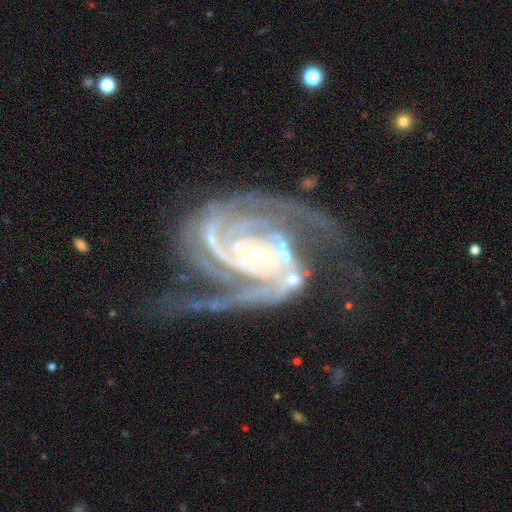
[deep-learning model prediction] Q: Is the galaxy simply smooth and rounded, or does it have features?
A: featured or disk — 93%.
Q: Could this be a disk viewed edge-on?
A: no — 98%.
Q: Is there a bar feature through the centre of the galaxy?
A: no — 44%.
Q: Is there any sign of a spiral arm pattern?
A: yes — 99%.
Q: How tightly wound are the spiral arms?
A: tight — 58%.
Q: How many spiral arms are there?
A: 3 — 35%.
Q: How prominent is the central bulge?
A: small — 66%.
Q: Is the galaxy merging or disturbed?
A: none — 54%.